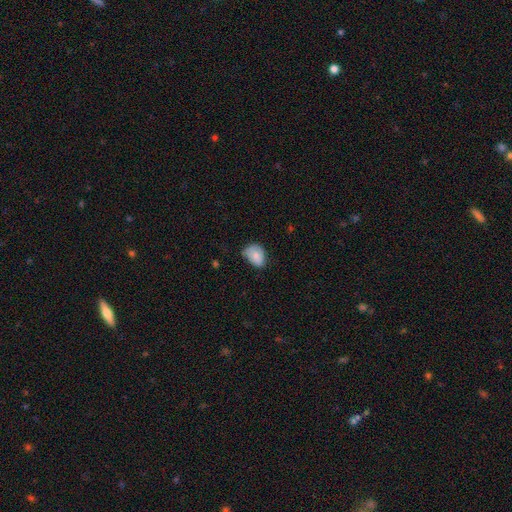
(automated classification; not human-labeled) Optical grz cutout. It shows a smooth galaxy with no disk features (79%) that is in between round and cigar-shaped (72%). Merging: none (48%).